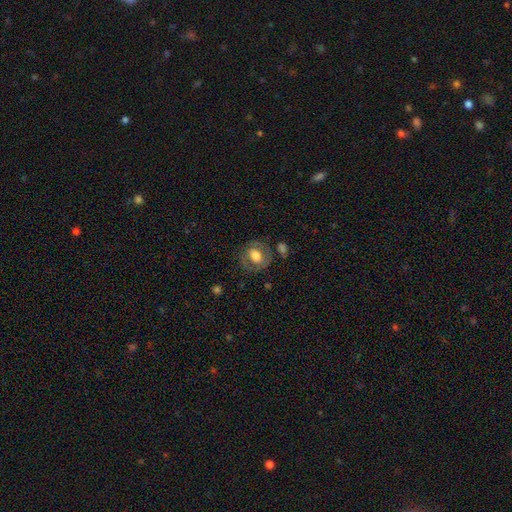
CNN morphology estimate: Overall: smooth (51%; featured or disk 41%). How rounded: round (67%; in between 32%). Merging: none (72%).